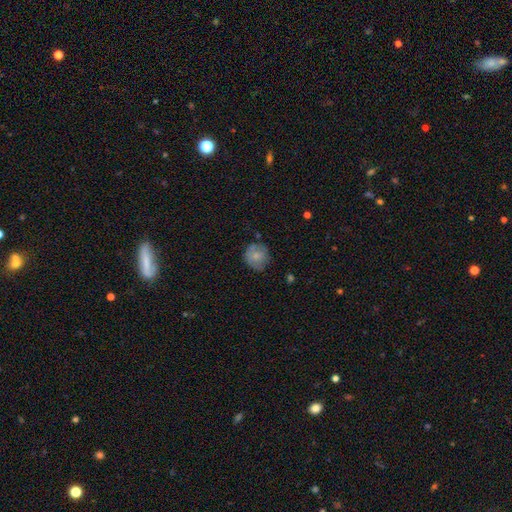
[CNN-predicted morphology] smooth 68%, featured or disk 24%, star or artifact 8%. Down the decision tree: how rounded — round (83%); merging — none (65%).